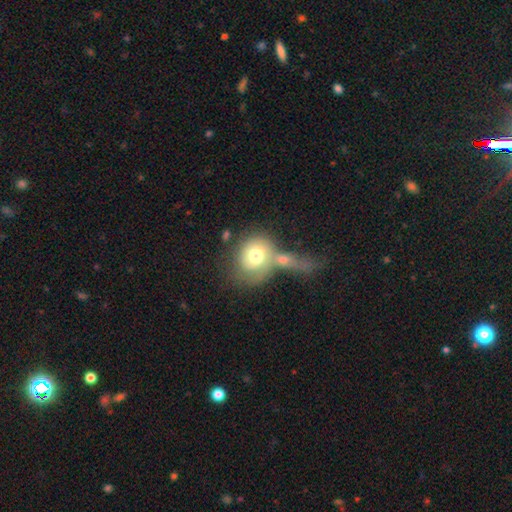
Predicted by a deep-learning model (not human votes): Smooth or featured: smooth — 58% (featured or disk — 34%)
How rounded: round — 76% (in between — 23%)
Merging: merger — 53% (none — 22%)